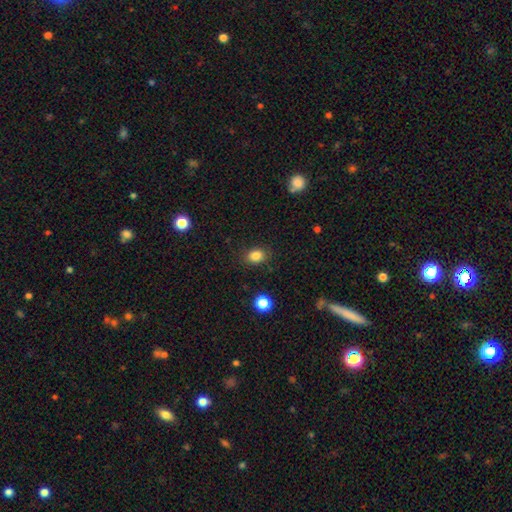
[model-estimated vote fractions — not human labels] Q: Smooth or featured?
A: smooth (84%); runner-up: star or artifact (11%)
Q: How rounded?
A: in between (60%); runner-up: round (39%)
Q: Merging?
A: none (85%); runner-up: minor disturbance (10%)